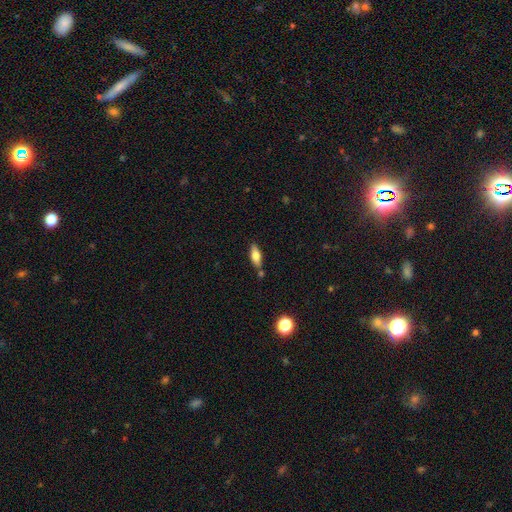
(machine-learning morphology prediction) smooth_or_featured: smooth (p=0.72) [alt: featured or disk p=0.21]
how_rounded: in between (p=0.71) [alt: cigar-shaped p=0.27]
merging: none (p=0.74) [alt: minor disturbance p=0.14]